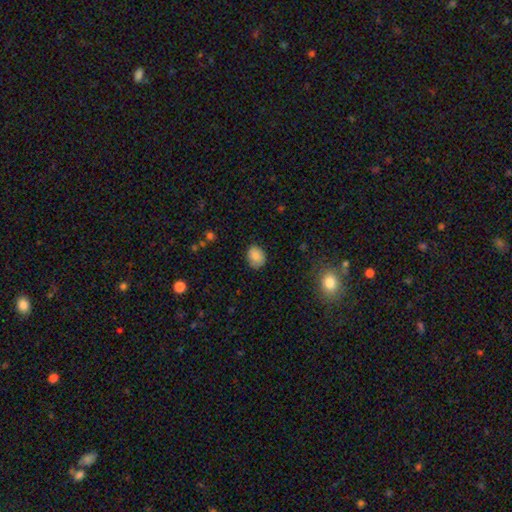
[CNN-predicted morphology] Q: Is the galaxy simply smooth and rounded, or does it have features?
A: smooth — 86%.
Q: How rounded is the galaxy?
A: in between — 55%.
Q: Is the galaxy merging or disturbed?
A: none — 78%.